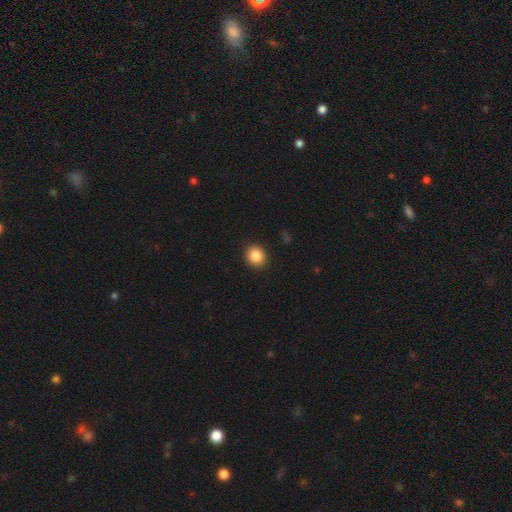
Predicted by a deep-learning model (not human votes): smooth 87%, star or artifact 9%, featured or disk 4%. Down the decision tree: how rounded — round (72%); merging — none (91%).